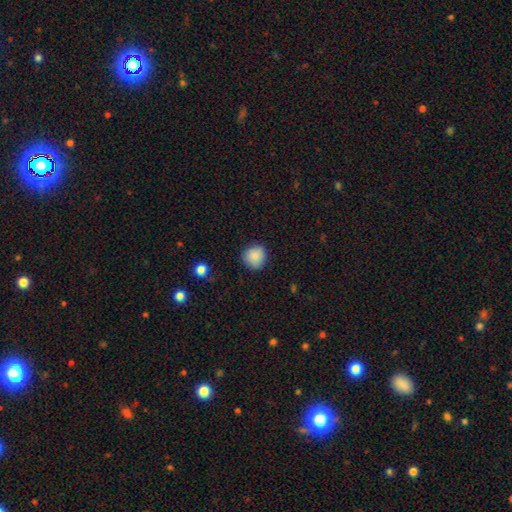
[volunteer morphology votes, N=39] A smooth galaxy with no disk features (87%) that is round (85%).

Vote fractions:
- Smooth or featured? smooth: 87% / star or artifact: 8% / featured or disk: 5%
- How rounded? round: 85% / in between: 15% / cigar-shaped: 0%
- Merging? none: 69% / minor disturbance: 22% / merger: 6% / major disturbance: 3%